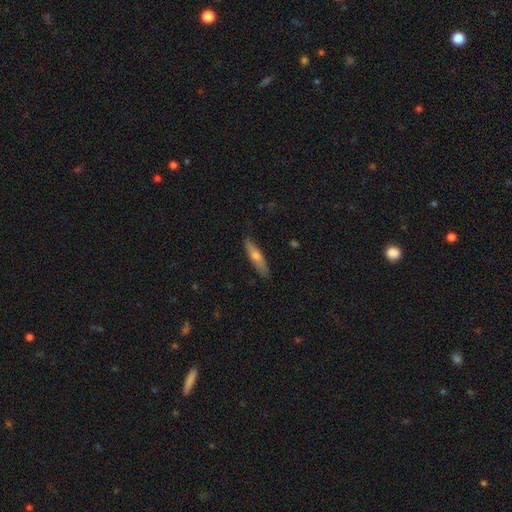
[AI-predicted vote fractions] This is possibly a smooth galaxy (57%). How rounded: clearly cigar-shaped (81%). Merging: clearly none (86%).